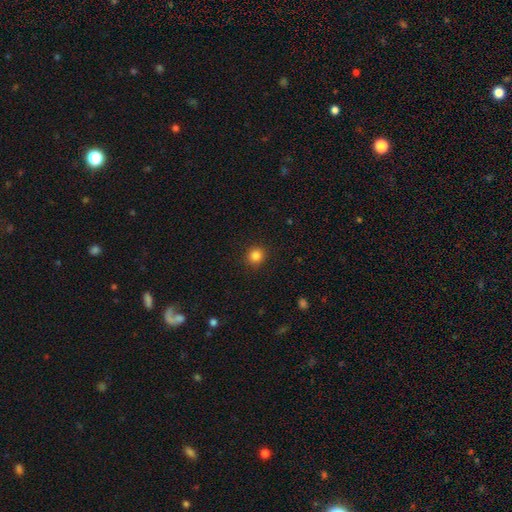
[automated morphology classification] The model was most divided on "smooth or featured": smooth: 84%, star or artifact: 11%, featured or disk: 4%. More confident: merging — none (91%); how rounded — round (88%).